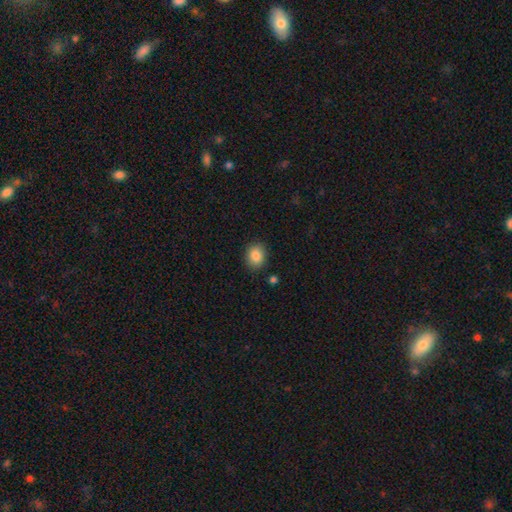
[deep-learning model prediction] Overall: smooth (86%). How rounded: round (54%; in between 45%). Merging: none (87%).